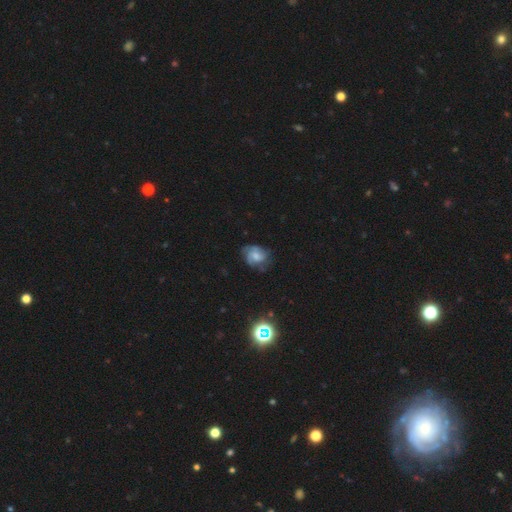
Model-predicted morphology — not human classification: This appears to be a featured or disk galaxy (58%) with no bar (67%), spiral arms (86%) and a moderate central bulge (44%). Merging: none (64%).